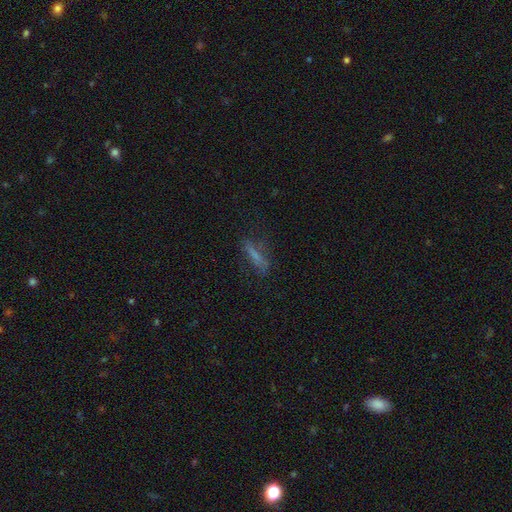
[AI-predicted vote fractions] smooth_or_featured: smooth (p=0.54) [alt: featured or disk p=0.32]
how_rounded: cigar-shaped (p=0.75) [alt: in between p=0.22]
merging: none (p=0.67) [alt: minor disturbance p=0.20]